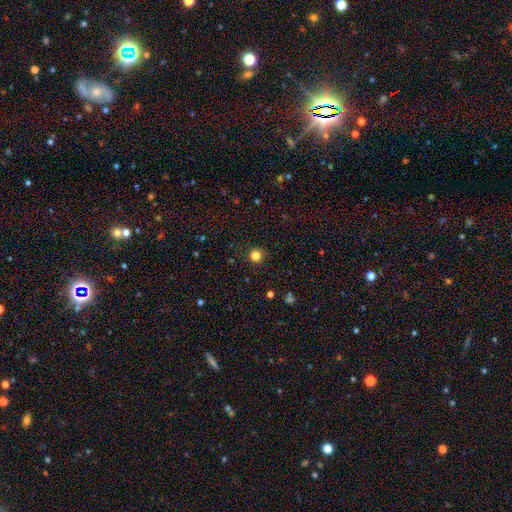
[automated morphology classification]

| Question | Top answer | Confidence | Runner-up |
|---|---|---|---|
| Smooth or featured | smooth | 83% | star or artifact (13%) |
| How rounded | round | 95% | in between (4%) |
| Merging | none | 91% | minor disturbance (6%) |